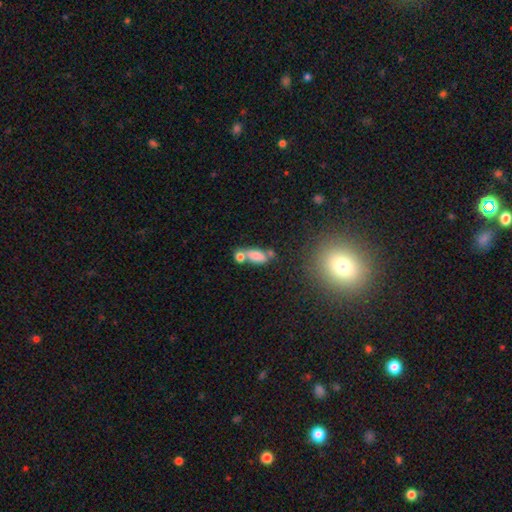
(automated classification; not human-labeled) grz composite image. It shows a smooth galaxy with no disk features (75%) that is in between round and cigar-shaped (81%). Merging: merger (44%).